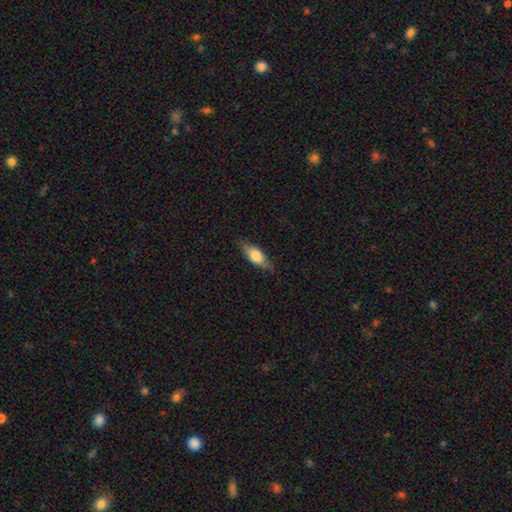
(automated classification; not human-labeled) Morphology: type=smooth (63%); roundness=in between (71%); merging=none (80%).